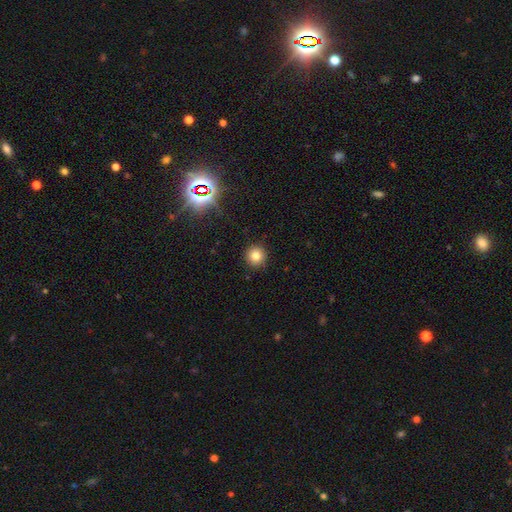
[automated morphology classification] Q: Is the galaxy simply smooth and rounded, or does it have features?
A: smooth — 79%.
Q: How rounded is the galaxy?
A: round — 95%.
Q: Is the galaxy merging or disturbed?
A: none — 92%.